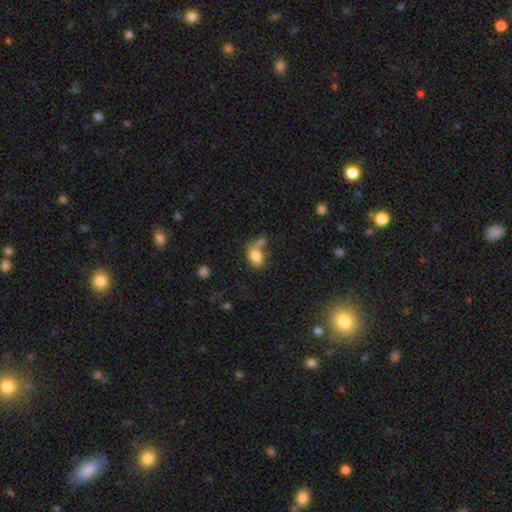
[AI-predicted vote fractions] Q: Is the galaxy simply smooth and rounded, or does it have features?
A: smooth — 80%.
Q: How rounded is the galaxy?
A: in between — 84%.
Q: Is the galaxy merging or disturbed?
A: none — 39%.